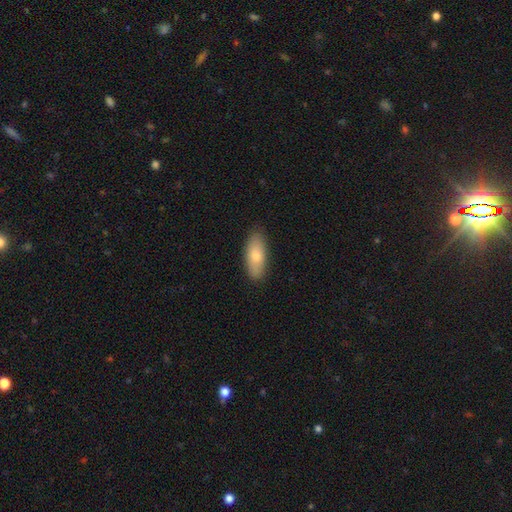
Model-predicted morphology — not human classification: smooth-or-featured: smooth: 74% | featured or disk: 20% | star or artifact: 6%
  how-rounded: in between: 76% | cigar-shaped: 21% | round: 3%
  merging: none: 88% | minor disturbance: 9% | major disturbance: 2% | merger: 1%